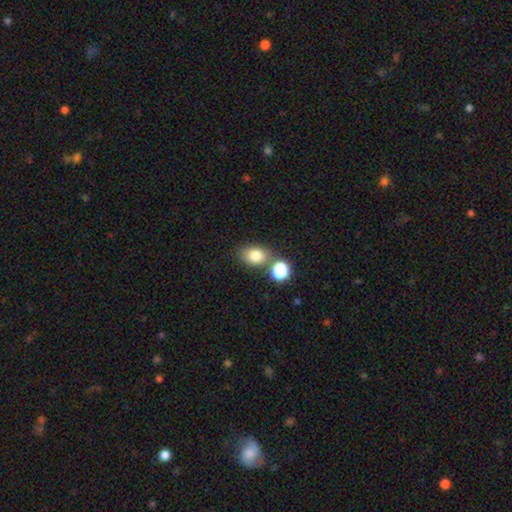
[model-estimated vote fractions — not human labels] This appears to be a smooth galaxy with no disk features (81%) that is in between round and cigar-shaped (63%). Merging: none (63%).